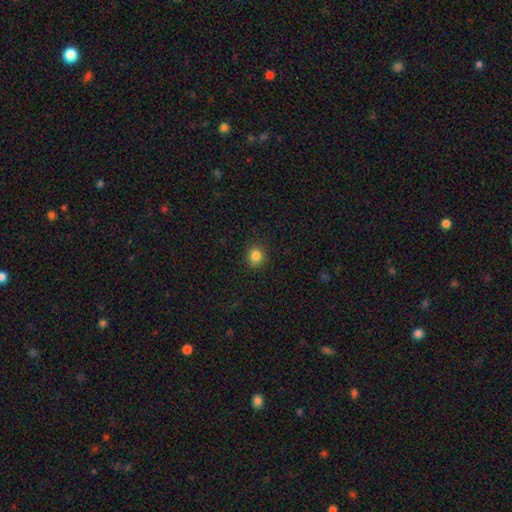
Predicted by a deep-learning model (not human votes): smooth_or_featured: smooth (p=0.85) [alt: star or artifact p=0.11]
how_rounded: round (p=0.82) [alt: in between p=0.17]
merging: none (p=0.89) [alt: minor disturbance p=0.08]